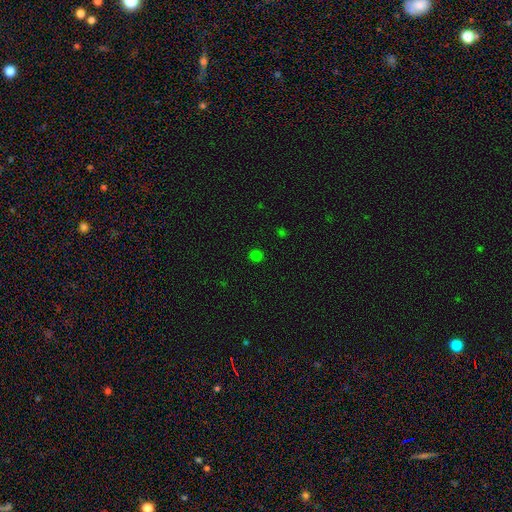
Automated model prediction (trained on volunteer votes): Overall: smooth (76%). How rounded: round (92%). Merging: none (91%).